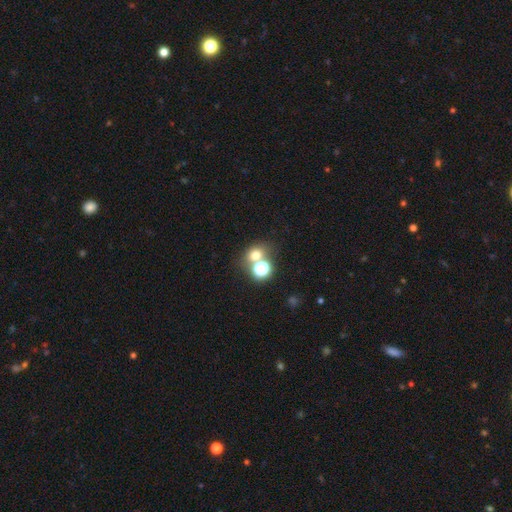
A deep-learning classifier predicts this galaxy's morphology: smooth 64%, star or artifact 25%, featured or disk 10%. Down the decision tree: how rounded — round (70%); merging — none (55%).